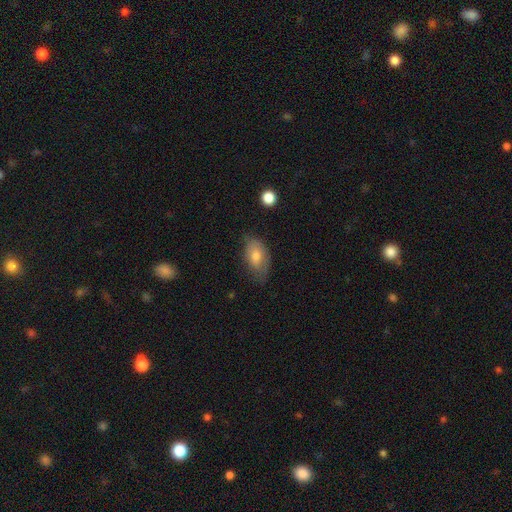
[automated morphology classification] smooth-or-featured: smooth: 70% | featured or disk: 23% | star or artifact: 7%
  how-rounded: in between: 90% | round: 7% | cigar-shaped: 3%
  merging: none: 60% | minor disturbance: 30% | major disturbance: 8% | merger: 2%